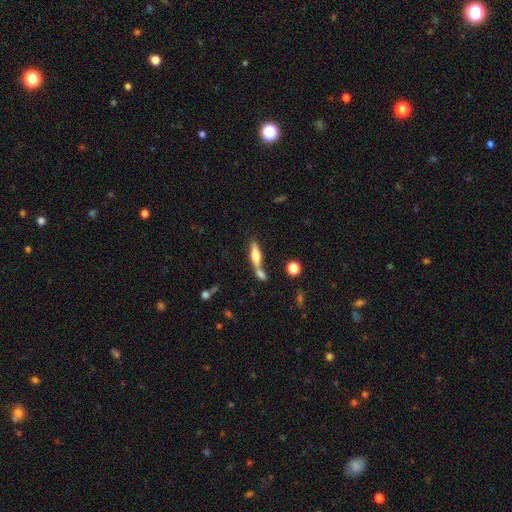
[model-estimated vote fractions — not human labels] Smooth or featured: featured or disk — 47% (smooth — 46%)
Merging: none — 47% (merger — 37%)